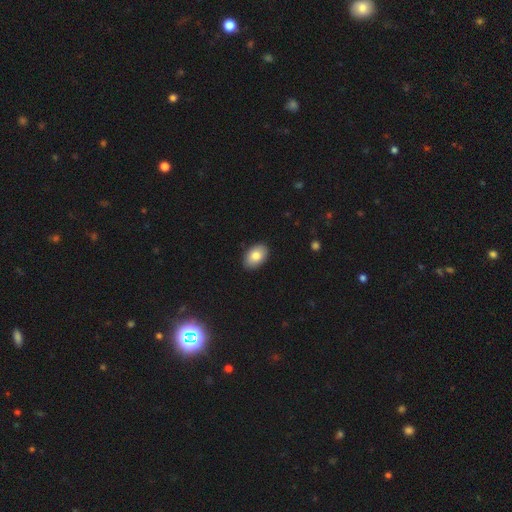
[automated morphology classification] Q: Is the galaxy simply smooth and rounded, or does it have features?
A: smooth — 82%.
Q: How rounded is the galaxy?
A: in between — 89%.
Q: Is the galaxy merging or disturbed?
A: none — 90%.